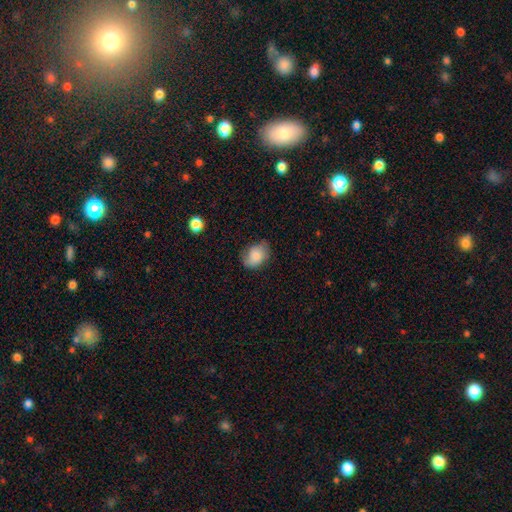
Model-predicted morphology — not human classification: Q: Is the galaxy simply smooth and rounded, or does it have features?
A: smooth — 79%.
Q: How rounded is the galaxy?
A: in between — 73%.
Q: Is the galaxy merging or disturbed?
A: none — 68%.